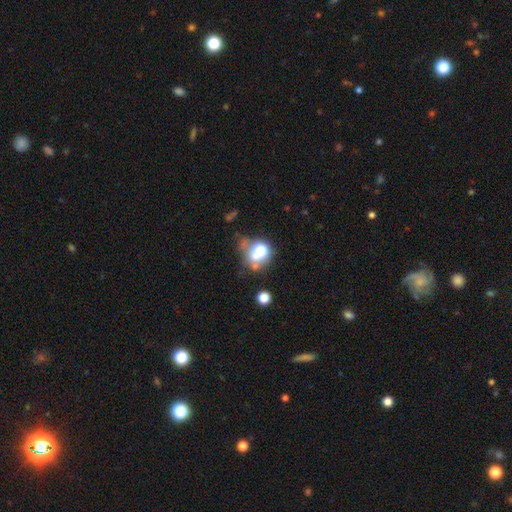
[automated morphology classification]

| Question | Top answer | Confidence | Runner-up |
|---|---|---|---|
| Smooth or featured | smooth | 51% | star or artifact (28%) |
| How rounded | round | 64% | in between (34%) |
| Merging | none | 41% | merger (24%) |